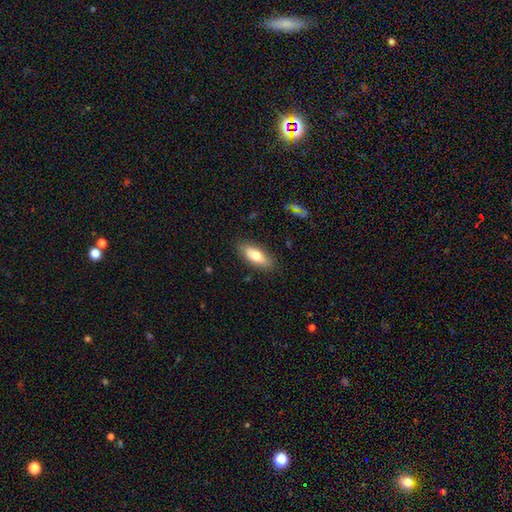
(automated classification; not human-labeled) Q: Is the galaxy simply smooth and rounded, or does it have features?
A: smooth — 73%.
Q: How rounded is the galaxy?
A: in between — 73%.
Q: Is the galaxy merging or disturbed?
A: none — 86%.